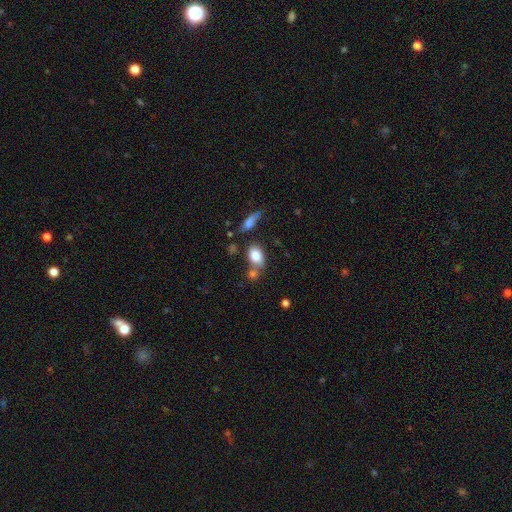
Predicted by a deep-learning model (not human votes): A smooth galaxy with no disk features (80%) that is in between round and cigar-shaped (75%). Merging: none (54%).